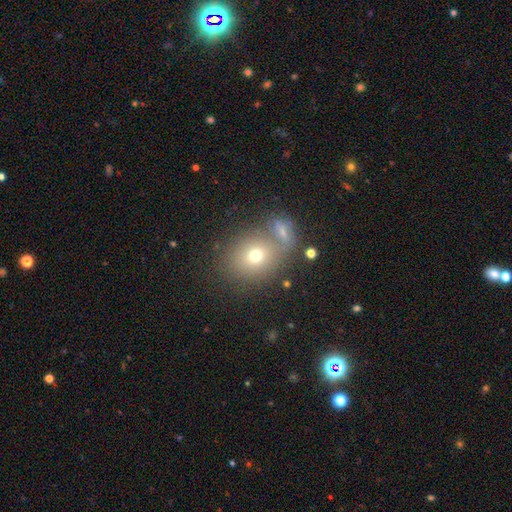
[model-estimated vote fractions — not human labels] smooth-or-featured: smooth: 69% | featured or disk: 17% | star or artifact: 14%
  how-rounded: round: 61% | in between: 38% | cigar-shaped: 1%
  merging: none: 59% | merger: 24% | minor disturbance: 12% | major disturbance: 6%